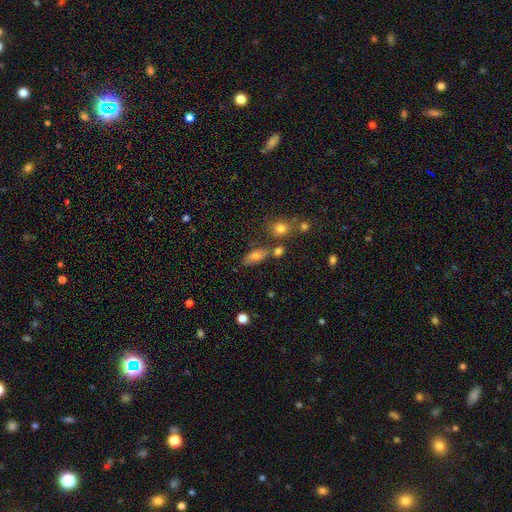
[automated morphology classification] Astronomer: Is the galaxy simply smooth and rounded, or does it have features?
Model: smooth — 73%.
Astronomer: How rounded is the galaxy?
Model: in between — 81%.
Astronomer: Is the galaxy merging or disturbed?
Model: none — 68%.